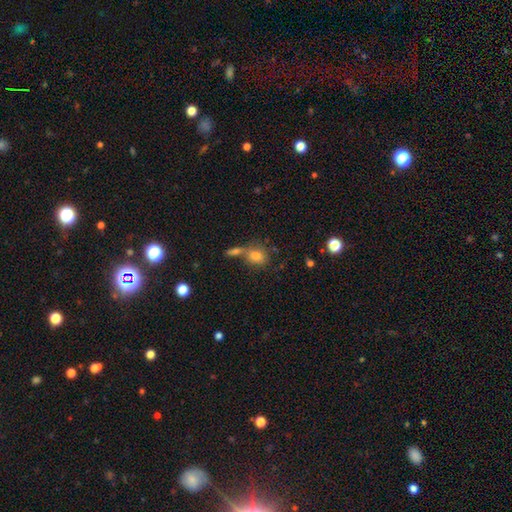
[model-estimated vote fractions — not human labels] smooth_or_featured: smooth (p=0.75) [alt: star or artifact p=0.13]
how_rounded: round (p=0.52) [alt: in between p=0.45]
merging: none (p=0.48) [alt: merger p=0.35]